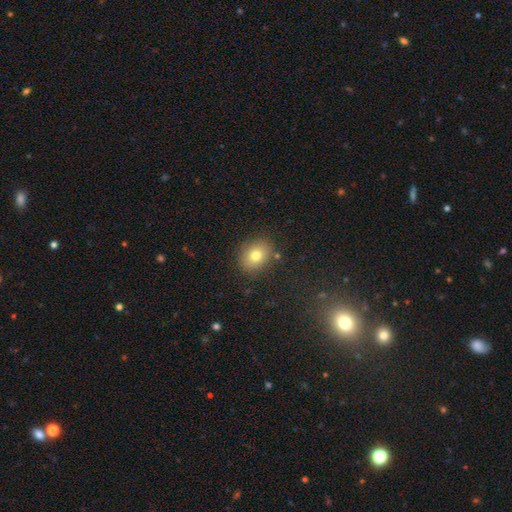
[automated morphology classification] smooth 76%, featured or disk 12%, star or artifact 12%. Down the decision tree: how rounded — round (56%); merging — none (84%).